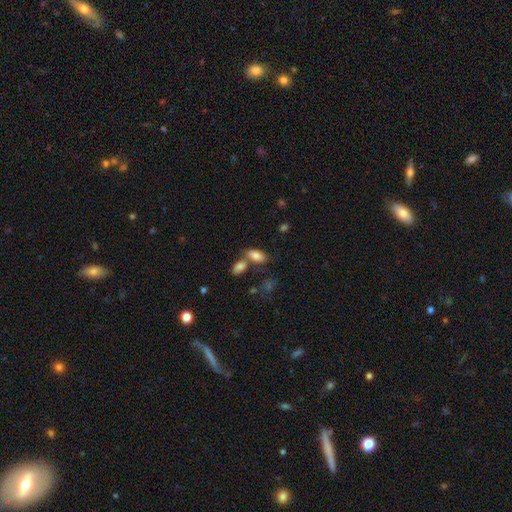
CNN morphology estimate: Smooth or featured? smooth (84%)
How rounded? in between (92%)
Merging? none (49%)